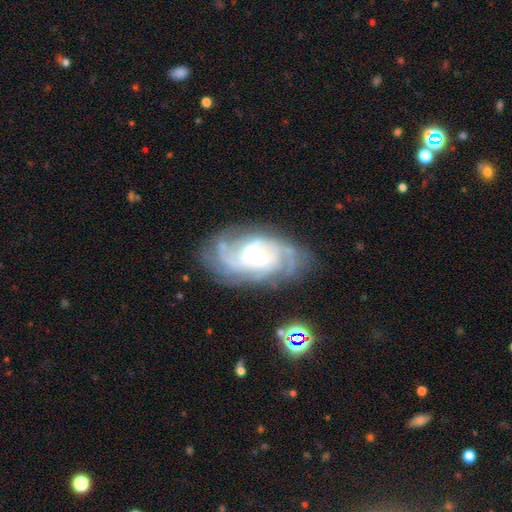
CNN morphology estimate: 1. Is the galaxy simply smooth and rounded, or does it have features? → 88% featured or disk, 6% smooth, 6% star or artifact.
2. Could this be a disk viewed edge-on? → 97% no, 3% yes.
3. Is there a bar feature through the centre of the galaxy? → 55% no, 36% weak, 10% strong.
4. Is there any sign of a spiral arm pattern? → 97% yes, 3% no.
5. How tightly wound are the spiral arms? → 59% tight, 34% medium, 8% loose.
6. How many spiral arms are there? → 27% can't tell, 22% 4, 21% 3, 15% 2, 8% more than 4, 6% 1.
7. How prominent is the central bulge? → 63% small, 31% moderate, 4% large, 2% none, 1% dominant.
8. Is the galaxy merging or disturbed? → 73% none, 17% minor disturbance, 8% major disturbance, 2% merger.